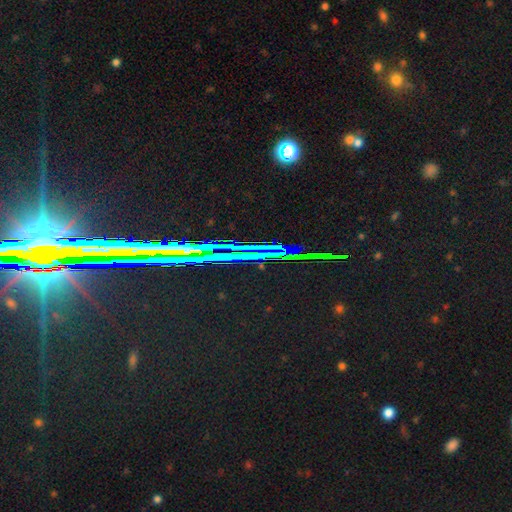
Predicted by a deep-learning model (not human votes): Smooth or featured: star or artifact — 78% (featured or disk — 11%)